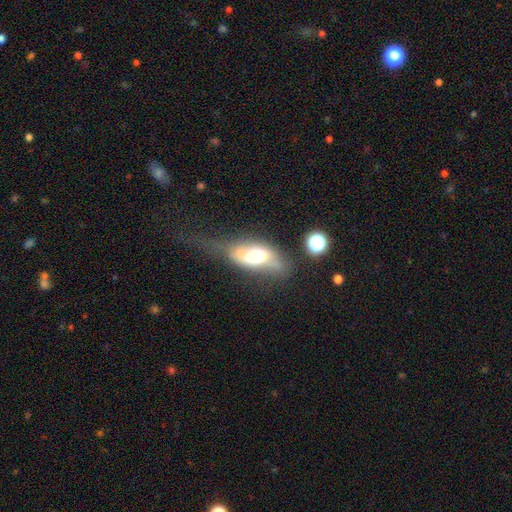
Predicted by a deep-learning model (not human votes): Morphology: type=smooth (50%); roundness=in between (80%); merging=major disturbance (35%).